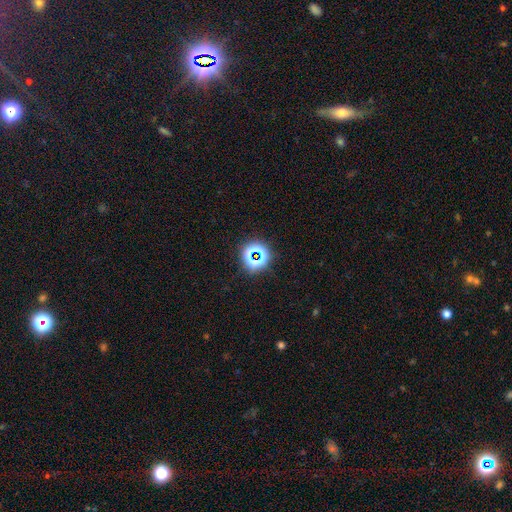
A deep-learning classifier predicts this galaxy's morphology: Smooth or featured: star or artifact — 65% (smooth — 25%)